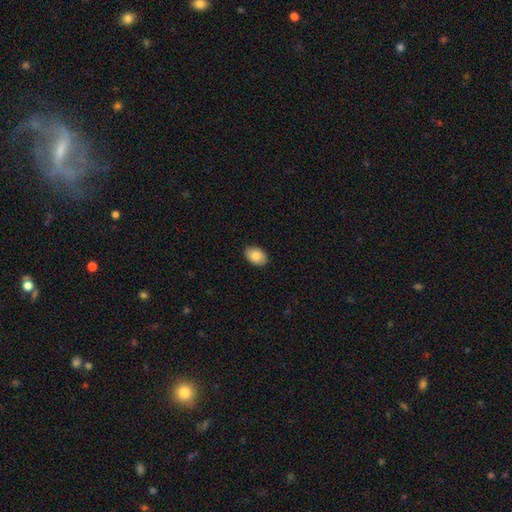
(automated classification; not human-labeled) A smooth galaxy with no disk features (85%) that is in between round and cigar-shaped (84%). Merging: none (89%).